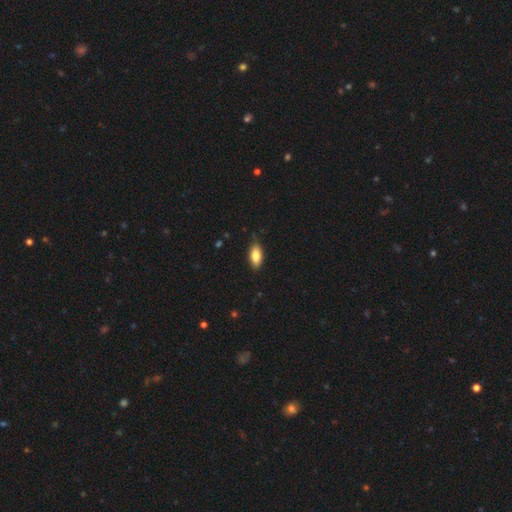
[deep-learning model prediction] Q: Smooth or featured?
A: smooth (82%); runner-up: featured or disk (12%)
Q: How rounded?
A: in between (88%); runner-up: cigar-shaped (9%)
Q: Merging?
A: none (85%); runner-up: minor disturbance (12%)